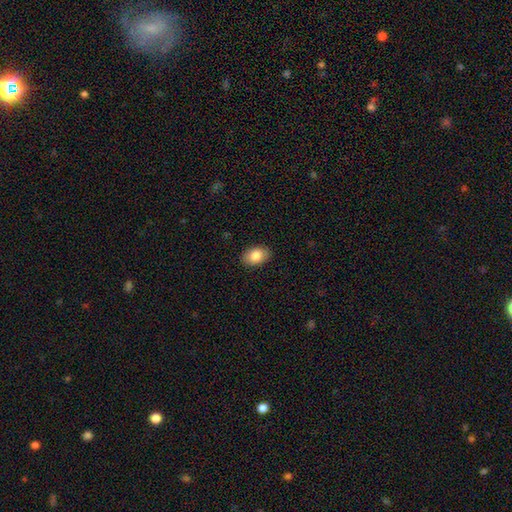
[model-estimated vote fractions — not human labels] Smooth or featured?
  - smooth: 83% *
  - featured or disk: 9%
  - star or artifact: 7%
How rounded?
  - in between: 87% *
  - round: 12%
  - cigar-shaped: 1%
Merging?
  - none: 88% *
  - minor disturbance: 9%
  - major disturbance: 2%
  - merger: 1%